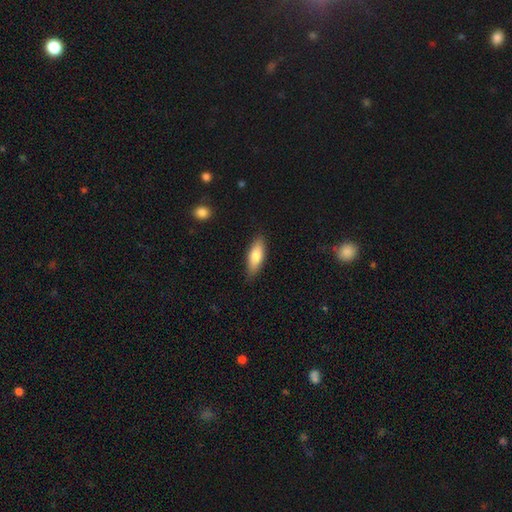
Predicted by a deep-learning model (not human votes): smooth_or_featured: smooth (p=0.75) [alt: featured or disk p=0.19]
how_rounded: in between (p=0.66) [alt: cigar-shaped p=0.32]
merging: none (p=0.84) [alt: minor disturbance p=0.13]